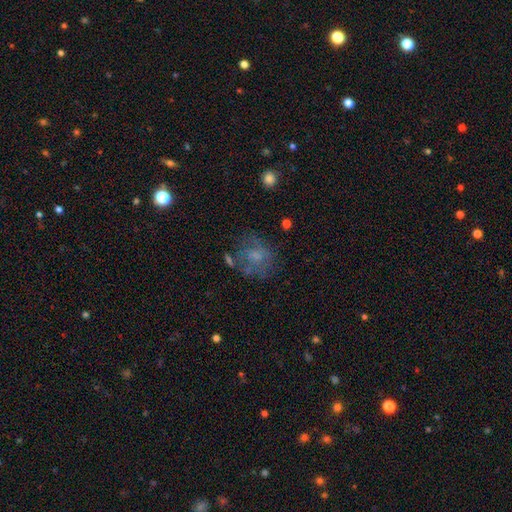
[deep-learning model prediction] A smooth galaxy with no disk features (44%).

Vote fractions:
- Smooth or featured? smooth: 44% / featured or disk: 41% / star or artifact: 14%
- Merging? none: 54% / minor disturbance: 21% / major disturbance: 19% / merger: 6%